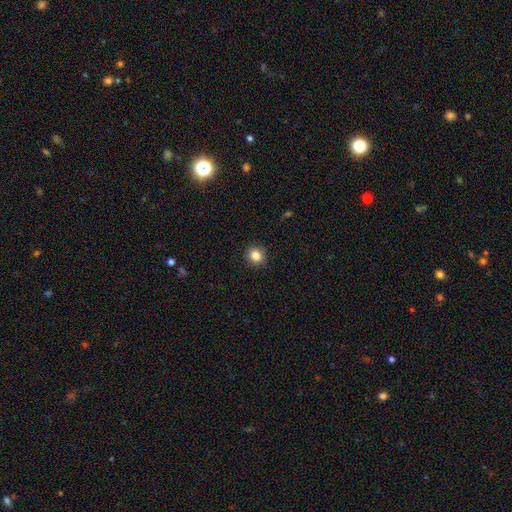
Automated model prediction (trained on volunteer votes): Overall: smooth (85%). How rounded: round (88%). Merging: none (91%).